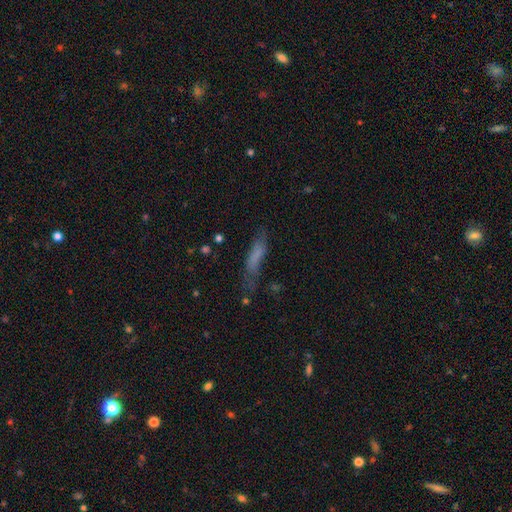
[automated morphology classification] Smooth or featured? smooth (63%)
How rounded? cigar-shaped (74%)
Merging? none (47%)